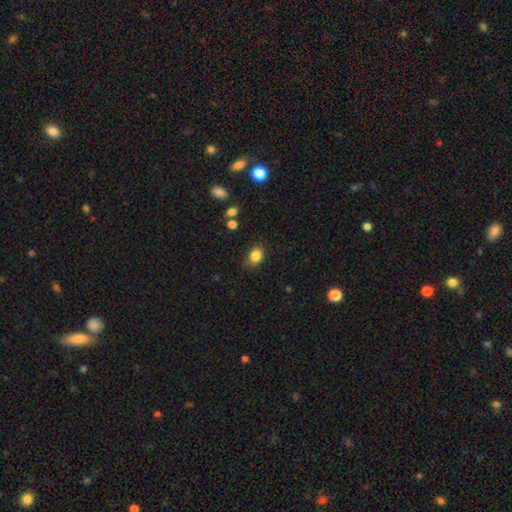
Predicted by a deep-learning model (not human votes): Overall: smooth (84%). How rounded: in between (67%; round 32%). Merging: none (72%).